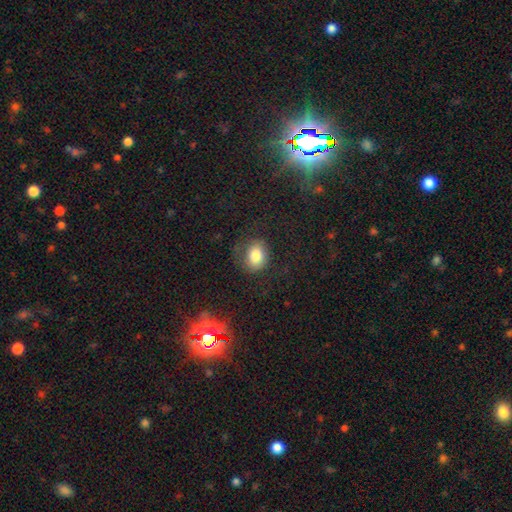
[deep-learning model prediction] Q: Smooth or featured?
A: smooth (78%); runner-up: featured or disk (11%)
Q: How rounded?
A: in between (54%); runner-up: round (45%)
Q: Merging?
A: none (72%); runner-up: minor disturbance (17%)